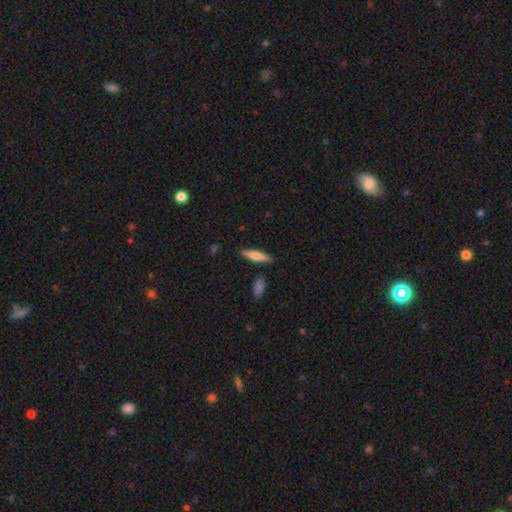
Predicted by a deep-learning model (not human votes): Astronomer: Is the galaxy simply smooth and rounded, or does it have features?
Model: smooth — 69%.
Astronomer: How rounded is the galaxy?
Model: cigar-shaped — 73%.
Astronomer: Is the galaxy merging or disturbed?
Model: none — 85%.